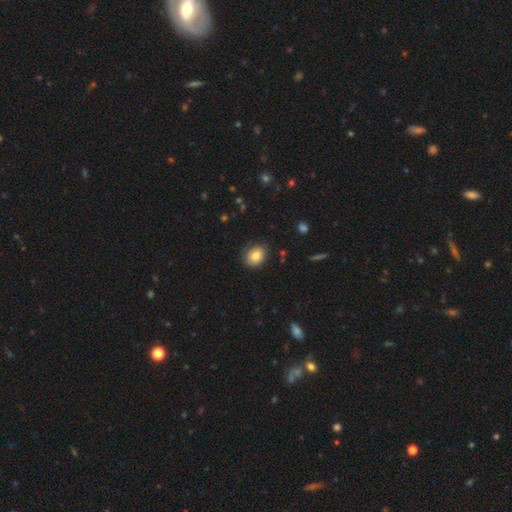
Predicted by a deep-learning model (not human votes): This appears to be a smooth galaxy with no disk features (80%) that is round (55%). Merging: none (80%).